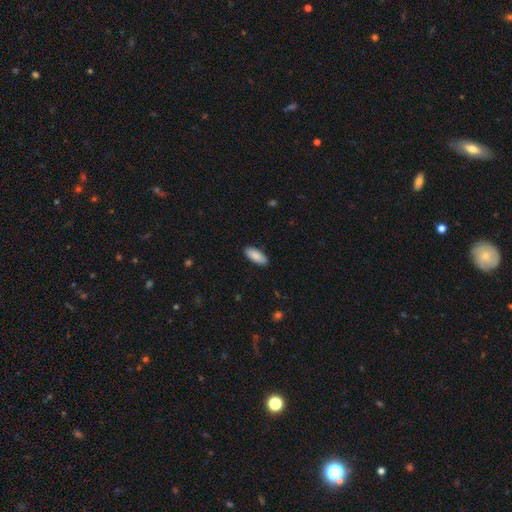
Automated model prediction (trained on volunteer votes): This appears to be a smooth galaxy with no disk features (87%) that is in between round and cigar-shaped (81%). Merging: none (89%).